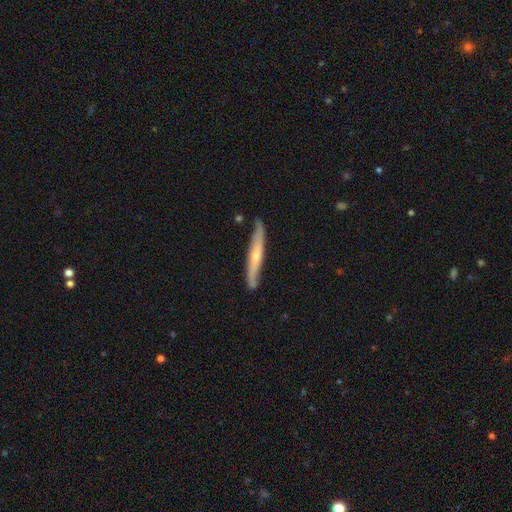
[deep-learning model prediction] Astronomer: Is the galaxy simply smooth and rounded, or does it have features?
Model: featured or disk — 58% (runner-up: smooth, 37%).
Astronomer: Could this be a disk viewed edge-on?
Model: yes — 82%.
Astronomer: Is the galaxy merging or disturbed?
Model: none — 79%.